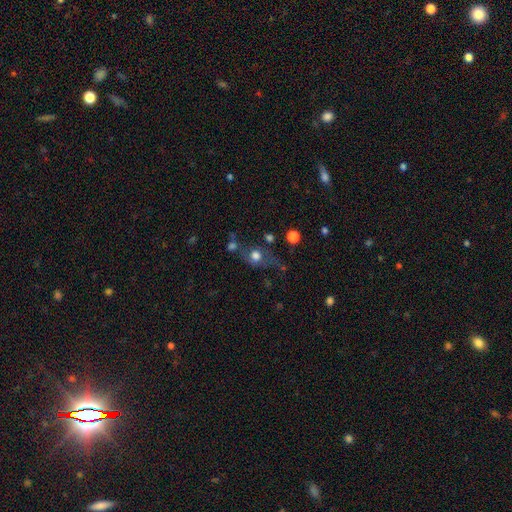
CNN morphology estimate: type=smooth (65%); roundness=round (72%); merging=none (47%).